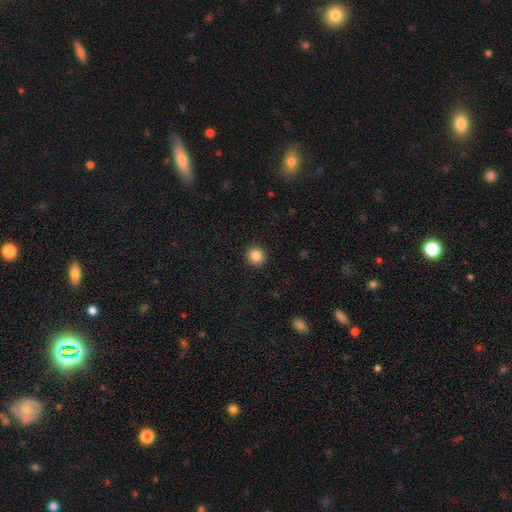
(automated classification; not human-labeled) Overall: smooth (85%). How rounded: round (94%). Merging: none (93%).